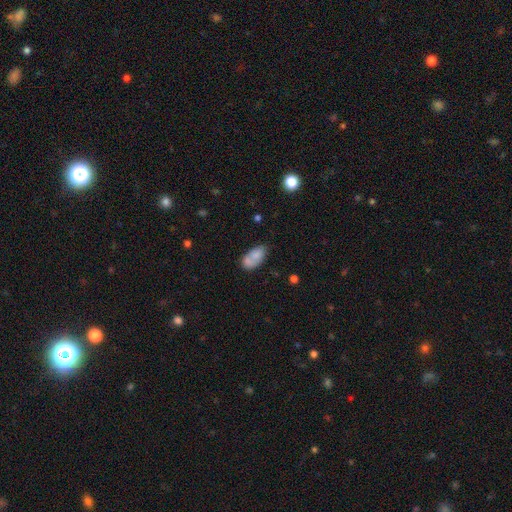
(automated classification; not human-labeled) Morphology: type=smooth (73%); roundness=in between (91%); merging=none (43%).